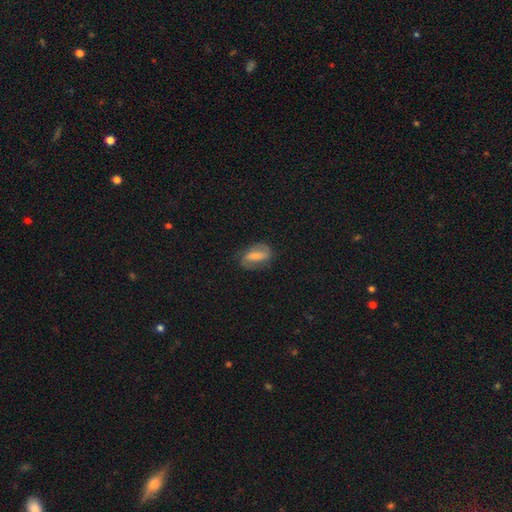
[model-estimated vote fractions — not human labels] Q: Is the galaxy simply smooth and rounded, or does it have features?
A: featured or disk — 51%.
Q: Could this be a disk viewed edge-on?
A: no — 91%.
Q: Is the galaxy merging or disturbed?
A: none — 72%.